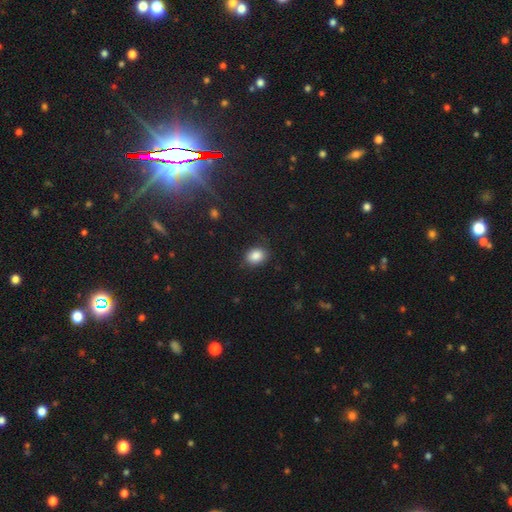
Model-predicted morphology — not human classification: This appears to be a smooth galaxy with no disk features (86%) that is in between round and cigar-shaped (61%). Merging: none (80%).